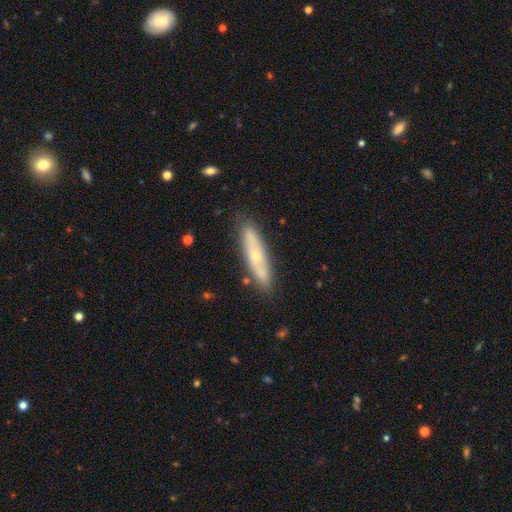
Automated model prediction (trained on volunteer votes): Smooth or featured?
  - featured or disk: 52% *
  - smooth: 42%
  - star or artifact: 7%
Edge-on disk?
  - yes: 55% *
  - no: 45%
Merging?
  - none: 84% *
  - minor disturbance: 12%
  - major disturbance: 2%
  - merger: 2%